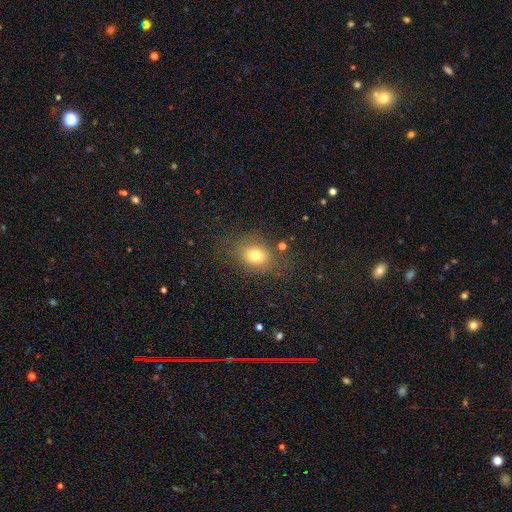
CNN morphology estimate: smooth-or-featured: smooth: 74% | star or artifact: 14% | featured or disk: 11%
  how-rounded: in between: 50% | round: 49% | cigar-shaped: 1%
  merging: none: 75% | minor disturbance: 15% | major disturbance: 7% | merger: 3%